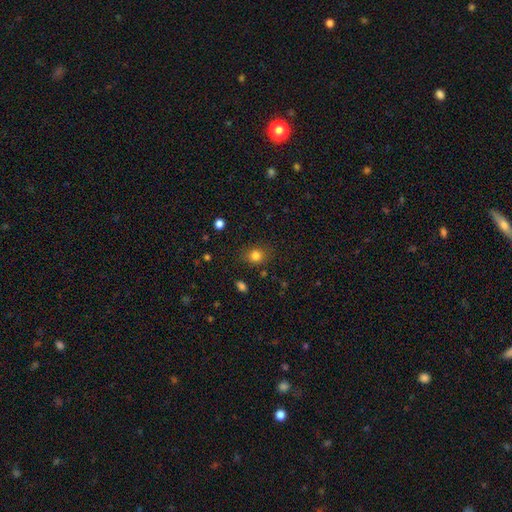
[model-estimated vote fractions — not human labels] Smooth or featured: smooth — 81% (star or artifact — 12%)
How rounded: round — 65% (in between — 34%)
Merging: none — 82% (minor disturbance — 13%)